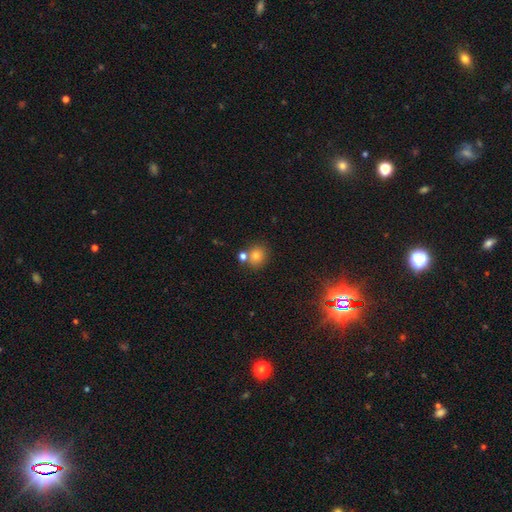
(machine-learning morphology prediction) Smooth or featured? smooth (77%)
How rounded? round (85%)
Merging? none (65%)